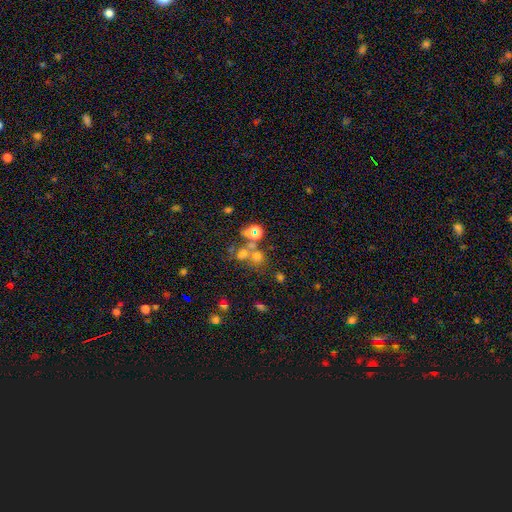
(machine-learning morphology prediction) type=star or artifact (44%).